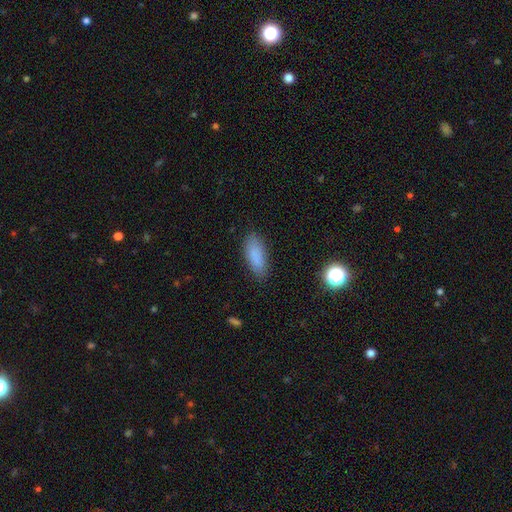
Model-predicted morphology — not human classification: smooth 86%, star or artifact 8%, featured or disk 6%. Down the decision tree: how rounded — in between (73%); merging — none (84%).